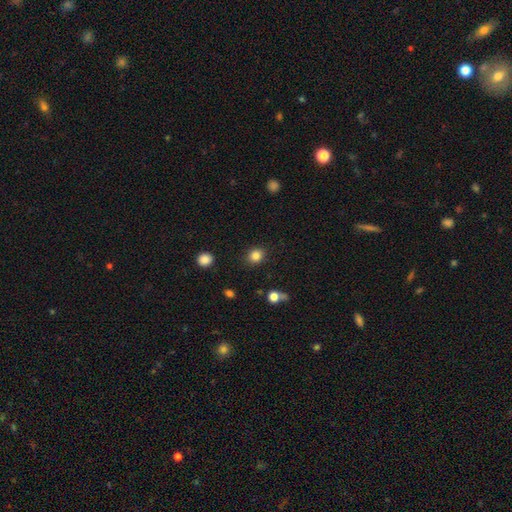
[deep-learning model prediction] smooth 84%, star or artifact 11%, featured or disk 5%. Down the decision tree: how rounded — round (69%); merging — none (86%).